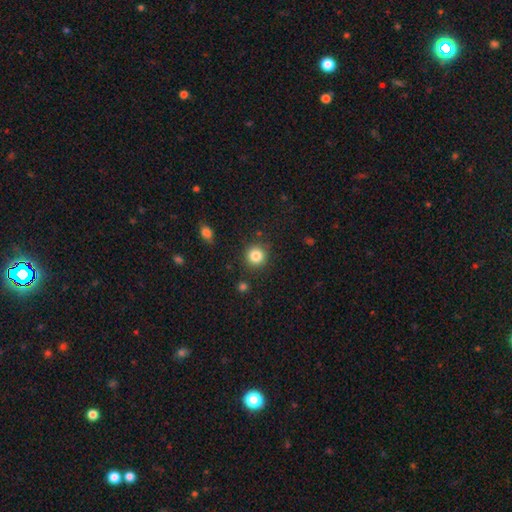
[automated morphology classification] Smooth or featured? Predicted: smooth (p=0.85). How rounded? Predicted: round (p=0.93). Merging? Predicted: none (p=0.88).